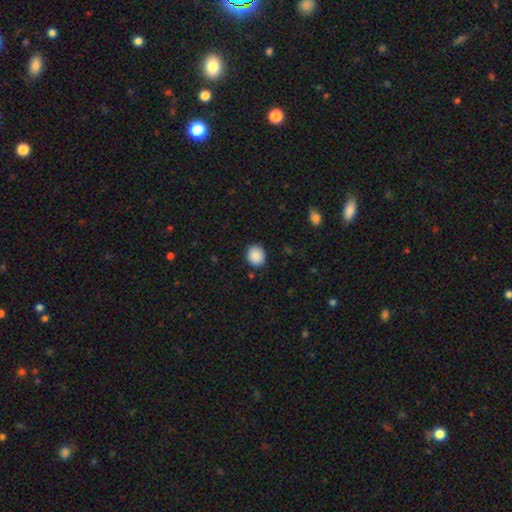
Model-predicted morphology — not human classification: smooth_or_featured: smooth (p=0.89) [alt: star or artifact p=0.08]
how_rounded: round (p=0.73) [alt: in between p=0.26]
merging: none (p=0.88) [alt: minor disturbance p=0.08]